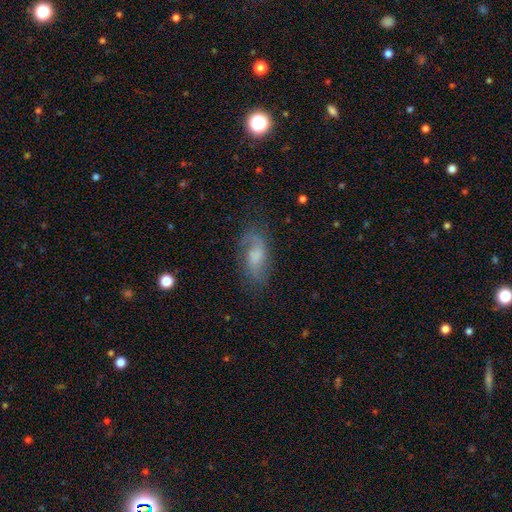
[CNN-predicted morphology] This appears to be a featured or disk galaxy (61%) with no bar (56%), 2 (60%) medium (42%) spiral arms (89%) and a moderate central bulge (32%). Merging: none (65%).